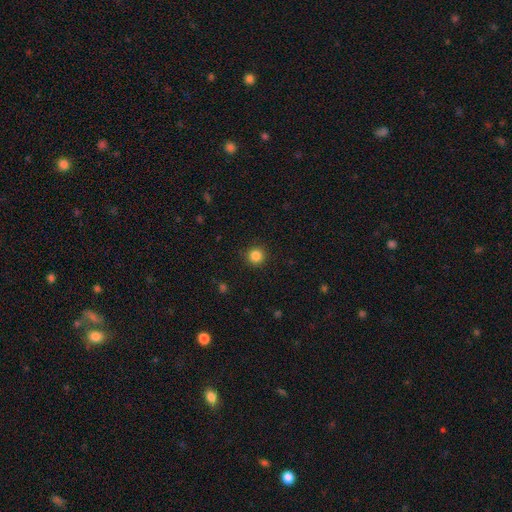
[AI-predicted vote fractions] Overall: smooth (85%). How rounded: round (95%). Merging: none (91%).